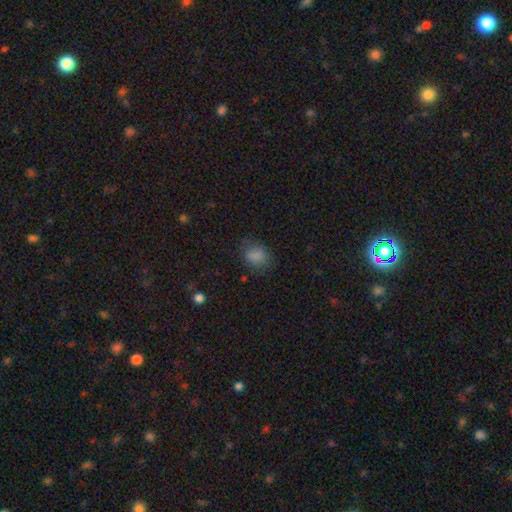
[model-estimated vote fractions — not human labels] This appears to be a smooth galaxy with no disk features (83%) that is round (50%). Merging: none (70%).